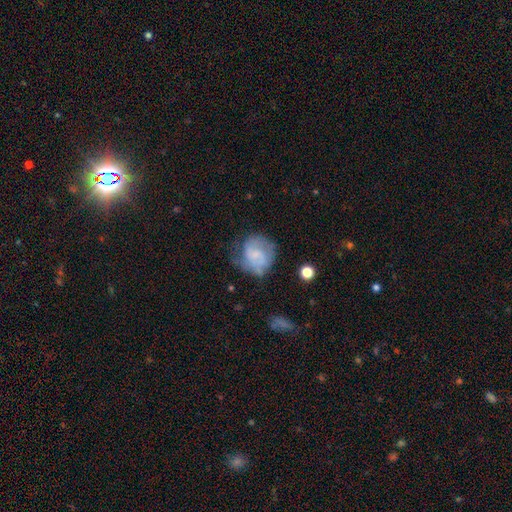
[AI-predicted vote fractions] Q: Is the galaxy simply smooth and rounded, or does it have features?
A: featured or disk — 52%.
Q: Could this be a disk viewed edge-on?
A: no — 98%.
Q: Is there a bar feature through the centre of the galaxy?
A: no — 55%.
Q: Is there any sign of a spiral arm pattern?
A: yes — 76%.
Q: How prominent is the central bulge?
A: small — 41%.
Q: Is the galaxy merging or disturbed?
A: none — 51%.